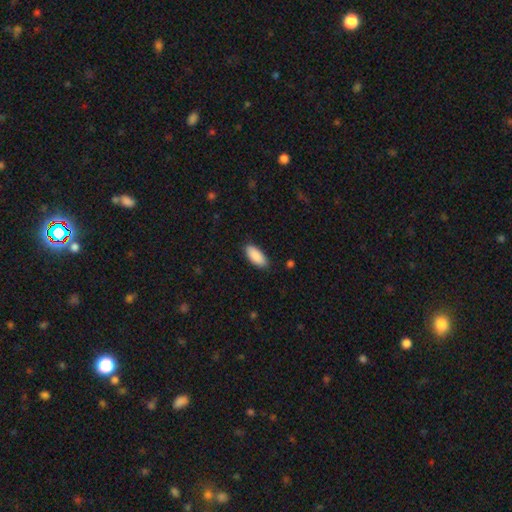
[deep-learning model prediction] Overall: smooth (90%). How rounded: in between (89%). Merging: none (87%).